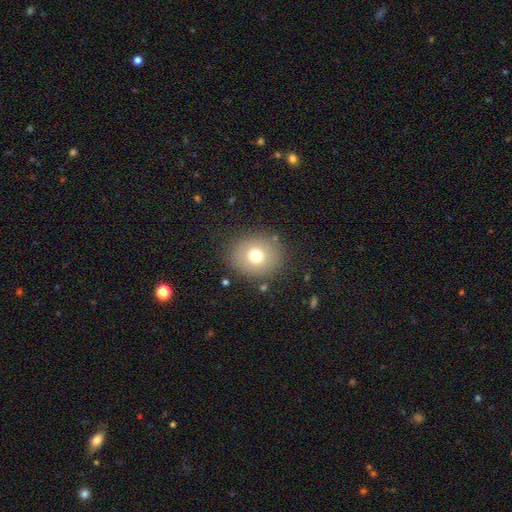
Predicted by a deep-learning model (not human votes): Overall: smooth (72%). How rounded: round (80%). Merging: none (85%).